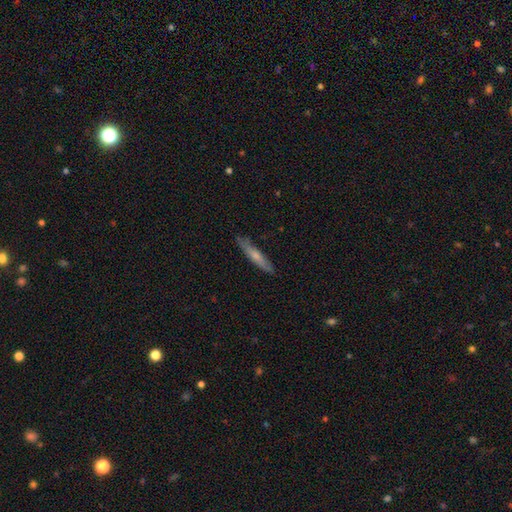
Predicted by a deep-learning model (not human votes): Smooth or featured: smooth — 57% (featured or disk — 37%)
How rounded: cigar-shaped — 91% (in between — 7%)
Merging: none — 85% (minor disturbance — 12%)